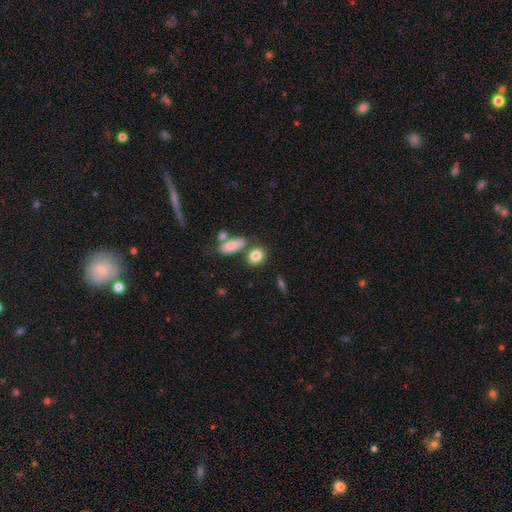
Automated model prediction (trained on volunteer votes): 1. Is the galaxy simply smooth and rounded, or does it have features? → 83% smooth, 9% star or artifact, 8% featured or disk.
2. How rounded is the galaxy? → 54% round, 42% in between, 4% cigar-shaped.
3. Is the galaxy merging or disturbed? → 62% none, 21% merger, 12% minor disturbance, 5% major disturbance.